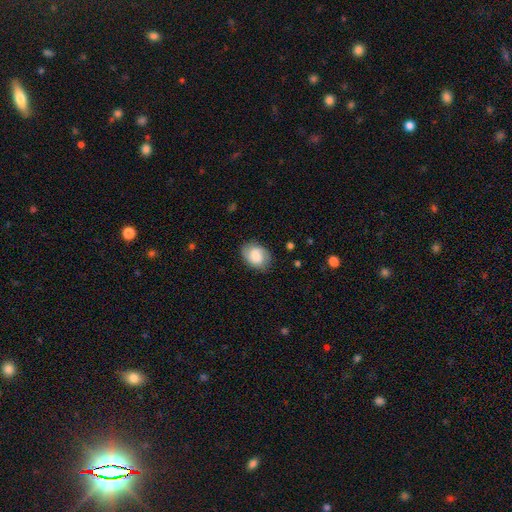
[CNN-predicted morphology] Smooth or featured: smooth — 62% (featured or disk — 31%)
How rounded: in between — 70% (round — 29%)
Merging: none — 79% (minor disturbance — 16%)